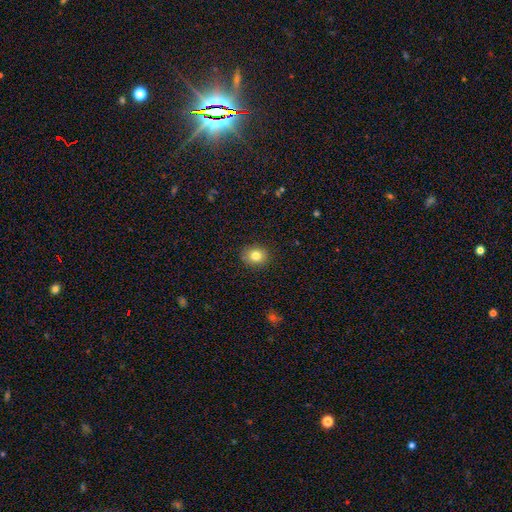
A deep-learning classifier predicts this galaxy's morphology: Smooth or featured? Predicted: smooth (p=0.81). How rounded? Predicted: round (p=0.65). Merging? Predicted: none (p=0.89).